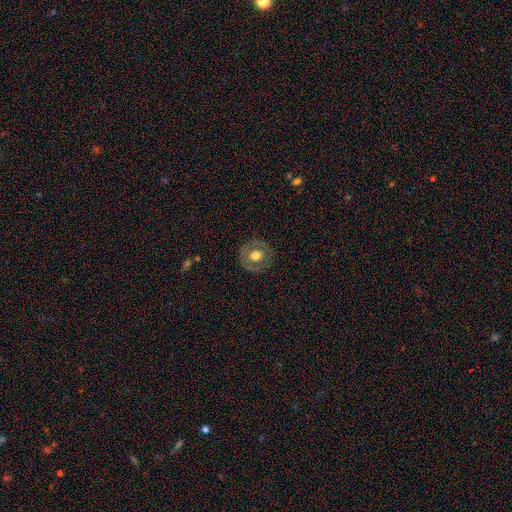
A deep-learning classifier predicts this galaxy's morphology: A smooth galaxy with no disk features (52%) that is round (89%). Merging: none (85%).